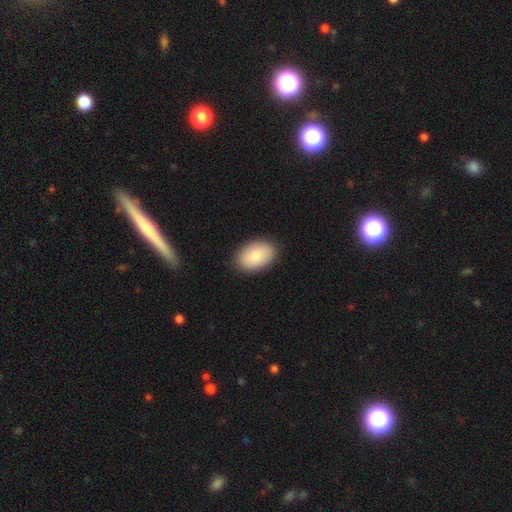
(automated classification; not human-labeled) smooth 84%, featured or disk 10%, star or artifact 6%. Down the decision tree: how rounded — in between (91%); merging — none (88%).